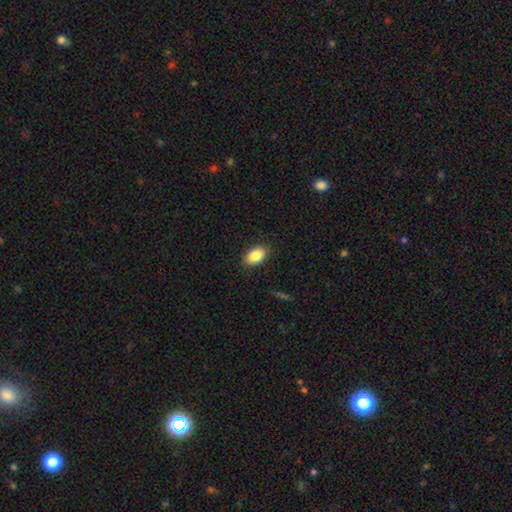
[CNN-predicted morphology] This is clearly a smooth galaxy (86%). How rounded: clearly in between (90%). Merging: clearly none (88%).